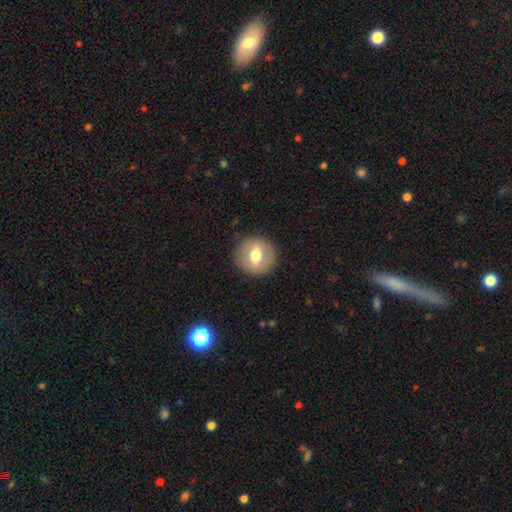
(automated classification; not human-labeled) Q: Smooth or featured?
A: smooth (55%); runner-up: featured or disk (37%)
Q: How rounded?
A: round (89%); runner-up: in between (10%)
Q: Merging?
A: none (89%); runner-up: minor disturbance (7%)